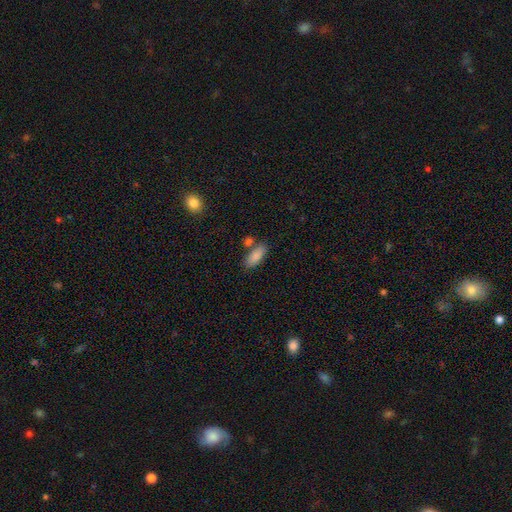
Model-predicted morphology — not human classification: A smooth galaxy with no disk features (86%) that is in between round and cigar-shaped (83%).

Vote fractions:
- Smooth or featured? smooth: 86% / star or artifact: 7% / featured or disk: 7%
- How rounded? in between: 83% / cigar-shaped: 15% / round: 2%
- Merging? none: 69% / merger: 15% / minor disturbance: 12% / major disturbance: 3%